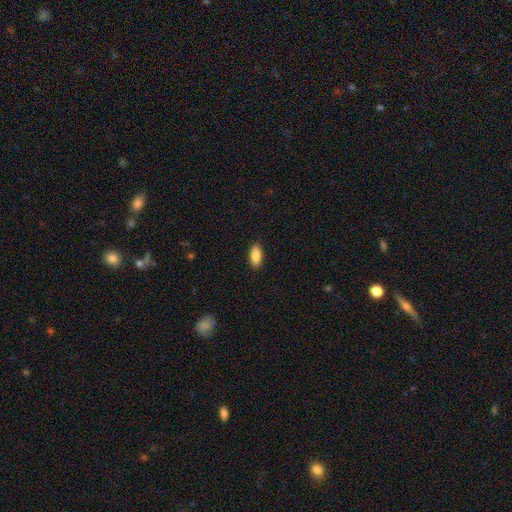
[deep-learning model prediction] Smooth or featured? Predicted: smooth (p=0.89). How rounded? Predicted: in between (p=0.88). Merging? Predicted: none (p=0.89).